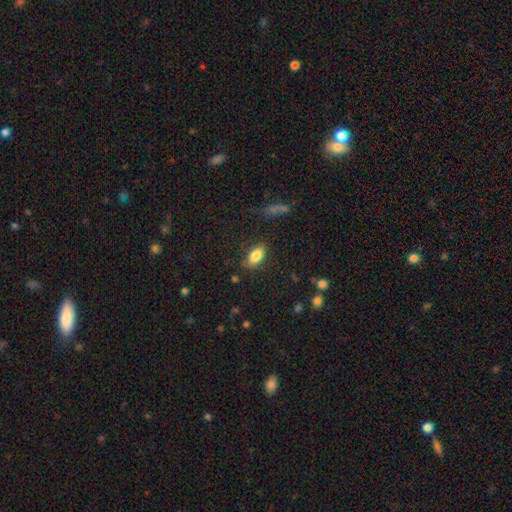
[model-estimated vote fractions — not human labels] Smooth or featured: smooth — 82% (featured or disk — 10%)
How rounded: in between — 88% (cigar-shaped — 7%)
Merging: none — 80% (minor disturbance — 14%)